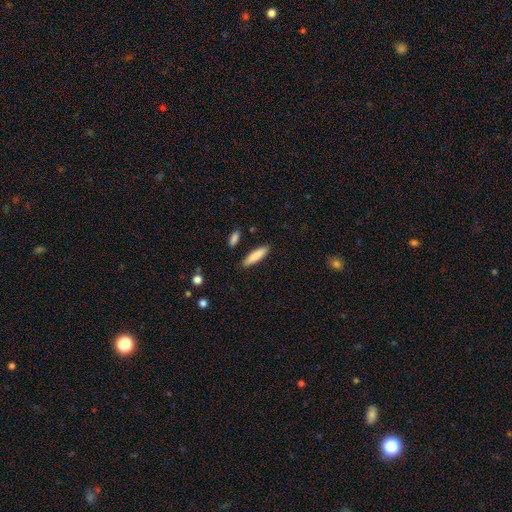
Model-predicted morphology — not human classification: The model was most divided on "how rounded": cigar-shaped: 73%, in between: 25%, round: 1%. More confident: merging — none (87%); smooth or featured — smooth (86%).